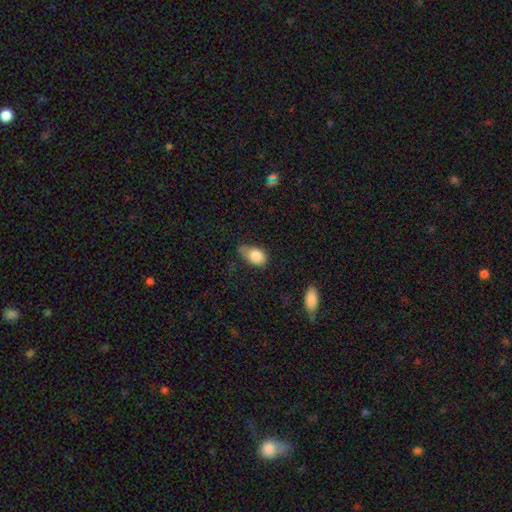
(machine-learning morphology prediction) Smooth or featured?
  - smooth: 83% *
  - featured or disk: 9%
  - star or artifact: 8%
How rounded?
  - in between: 81% *
  - round: 17%
  - cigar-shaped: 2%
Merging?
  - minor disturbance: 46% *
  - none: 35%
  - major disturbance: 15%
  - merger: 4%